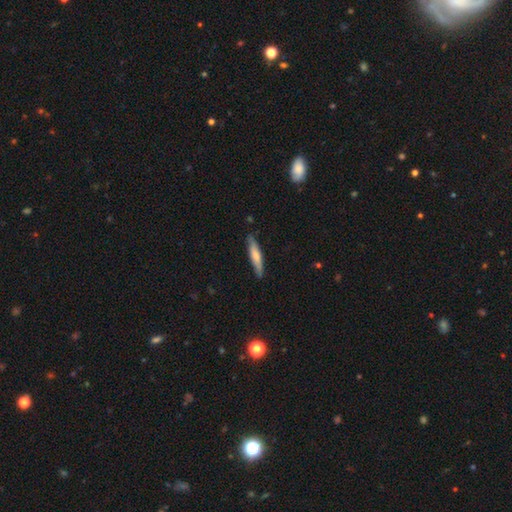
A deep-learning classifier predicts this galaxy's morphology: Smooth or featured?
  - smooth: 65% *
  - featured or disk: 30%
  - star or artifact: 5%
How rounded?
  - cigar-shaped: 87% *
  - in between: 12%
  - round: 1%
Merging?
  - none: 84% *
  - minor disturbance: 13%
  - major disturbance: 2%
  - merger: 1%